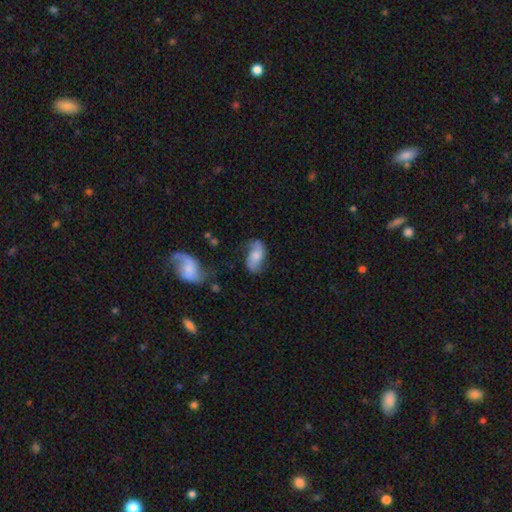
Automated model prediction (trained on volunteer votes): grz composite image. It shows a featured or disk galaxy (47%). Merging: none (57%).